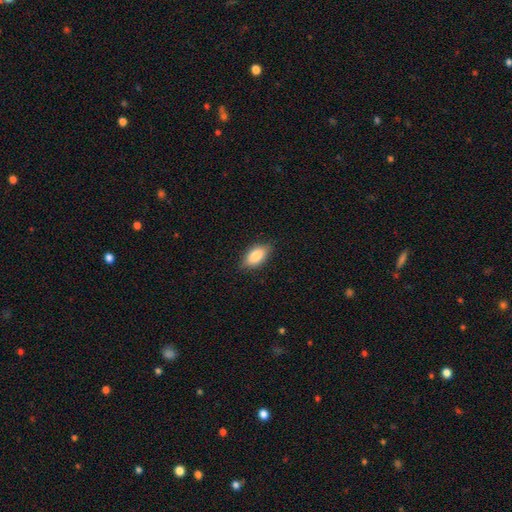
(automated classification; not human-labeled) Morphology: type=smooth (85%); roundness=in between (89%); merging=none (83%).